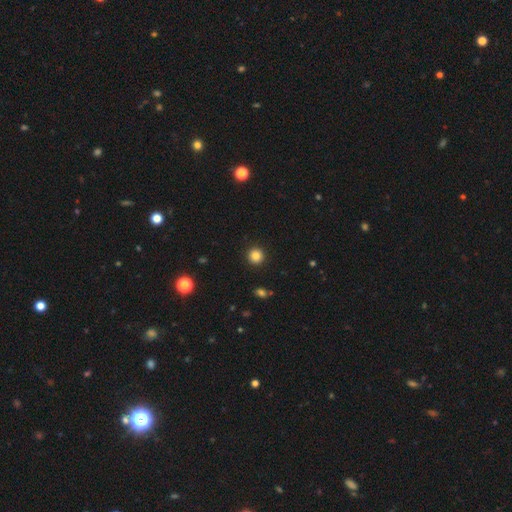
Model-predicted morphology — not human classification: smooth-or-featured: smooth: 84% | star or artifact: 12% | featured or disk: 4%
  how-rounded: round: 95% | in between: 4% | cigar-shaped: 1%
  merging: none: 93% | minor disturbance: 5% | major disturbance: 2% | merger: 1%